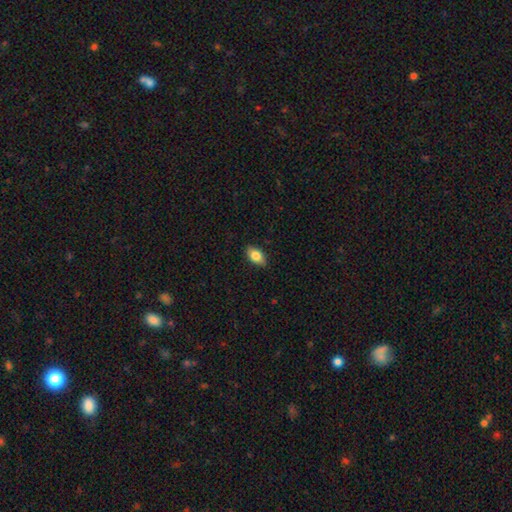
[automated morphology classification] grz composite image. It shows a smooth galaxy with no disk features (82%) that is in between round and cigar-shaped (90%). Merging: none (87%).